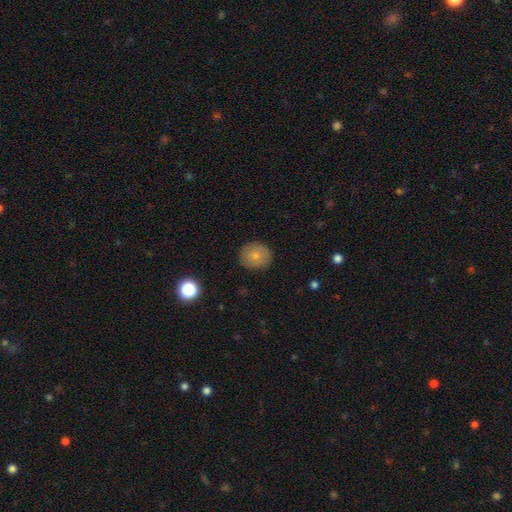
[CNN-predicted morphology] type=smooth (76%); roundness=round (79%); merging=none (88%).